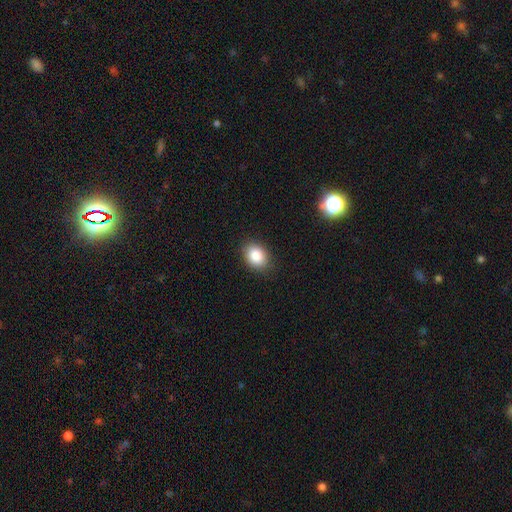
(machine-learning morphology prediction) Q: Smooth or featured?
A: smooth (85%); runner-up: star or artifact (9%)
Q: How rounded?
A: in between (63%); runner-up: round (36%)
Q: Merging?
A: none (87%); runner-up: minor disturbance (9%)